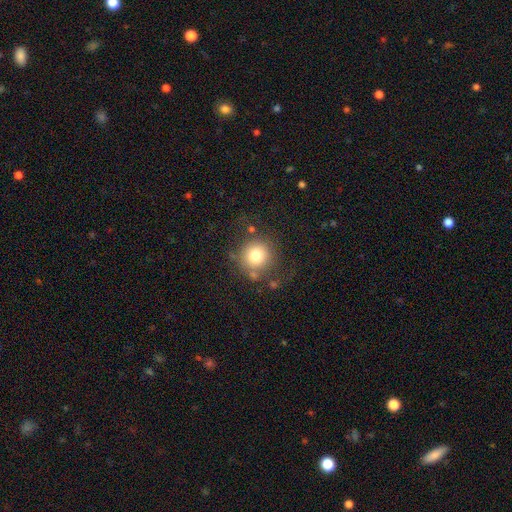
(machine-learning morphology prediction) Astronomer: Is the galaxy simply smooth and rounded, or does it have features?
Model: smooth — 77%.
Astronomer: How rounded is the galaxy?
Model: round — 92%.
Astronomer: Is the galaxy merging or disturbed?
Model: none — 74%.